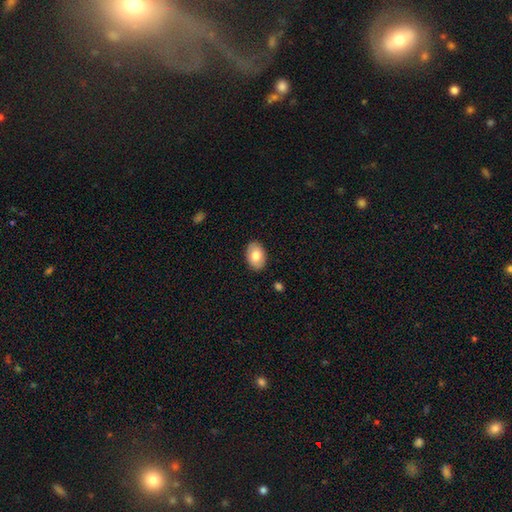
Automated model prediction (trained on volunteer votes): Smooth or featured?
  - smooth: 77% *
  - featured or disk: 17%
  - star or artifact: 7%
How rounded?
  - in between: 85% *
  - round: 14%
  - cigar-shaped: 1%
Merging?
  - none: 87% *
  - minor disturbance: 9%
  - major disturbance: 2%
  - merger: 1%